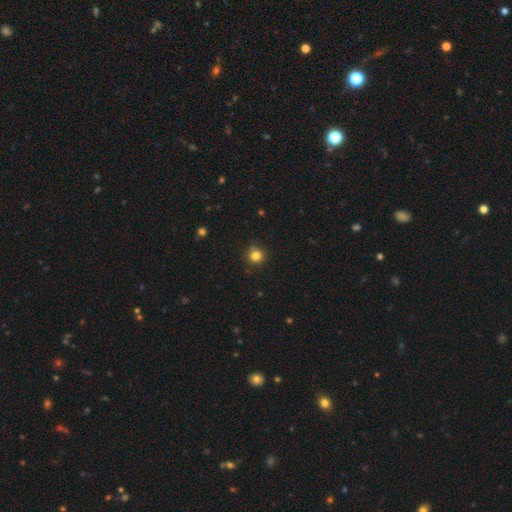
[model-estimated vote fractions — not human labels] Smooth or featured?
  - smooth: 81% *
  - star or artifact: 13%
  - featured or disk: 5%
How rounded?
  - round: 93% *
  - in between: 6%
  - cigar-shaped: 1%
Merging?
  - none: 84% *
  - minor disturbance: 10%
  - merger: 3%
  - major disturbance: 2%